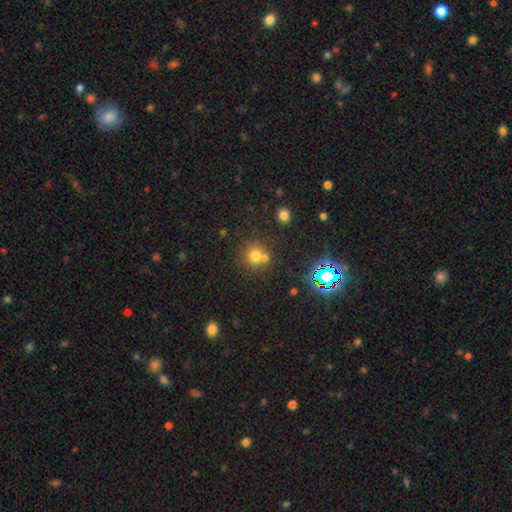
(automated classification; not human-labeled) Q: Smooth or featured?
A: smooth (70%); runner-up: star or artifact (19%)
Q: How rounded?
A: round (90%); runner-up: in between (9%)
Q: Merging?
A: none (58%); runner-up: merger (31%)